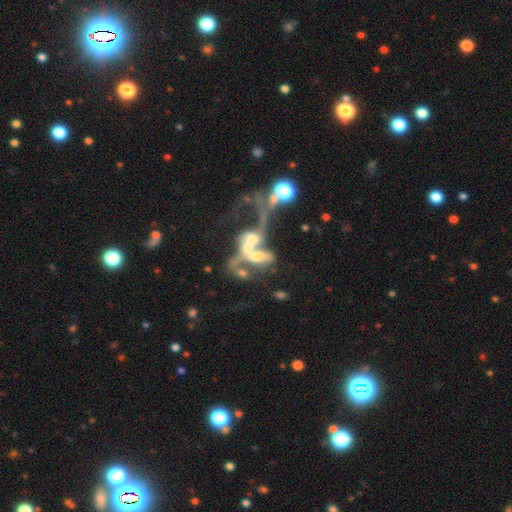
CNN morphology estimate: Q: Smooth or featured?
A: featured or disk (57%); runner-up: smooth (28%)
Q: Edge-on disk?
A: no (92%); runner-up: yes (8%)
Q: Bar?
A: no (75%); runner-up: weak (16%)
Q: Spiral arms?
A: no (68%); runner-up: yes (32%)
Q: Bulge size?
A: moderate (35%); runner-up: none (26%)
Q: Merging?
A: merger (73%); runner-up: major disturbance (16%)